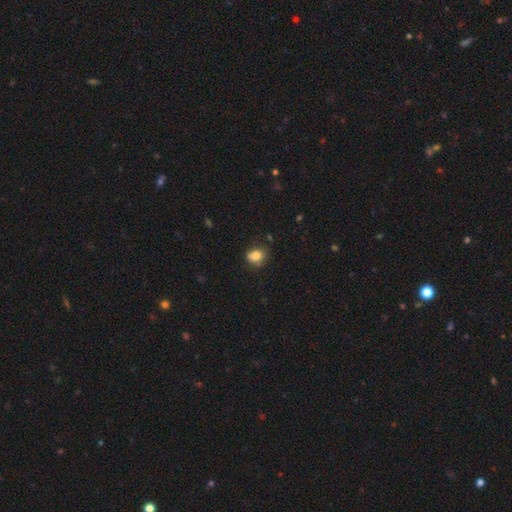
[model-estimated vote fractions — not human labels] Smooth or featured? Predicted: smooth (p=0.77). How rounded? Predicted: round (p=0.58). Merging? Predicted: none (p=0.58).